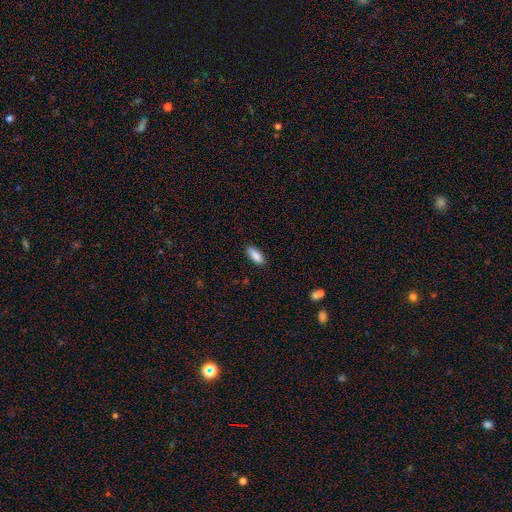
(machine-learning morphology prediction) Smooth or featured: smooth — 89% (star or artifact — 7%)
How rounded: in between — 76% (cigar-shaped — 22%)
Merging: none — 88% (minor disturbance — 9%)